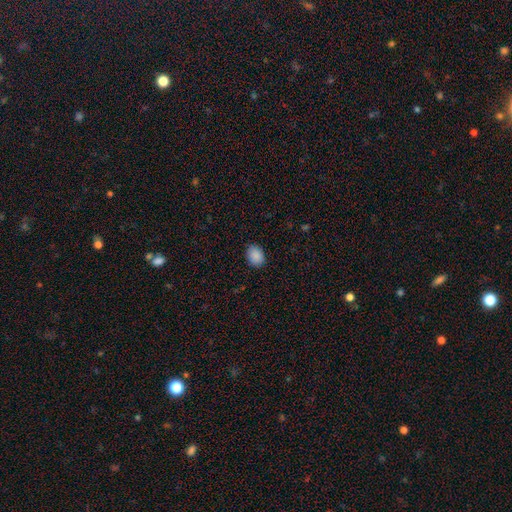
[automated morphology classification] smooth-or-featured: smooth: 89% | star or artifact: 8% | featured or disk: 3%
  how-rounded: in between: 66% | round: 33% | cigar-shaped: 1%
  merging: none: 88% | minor disturbance: 9% | major disturbance: 2% | merger: 1%